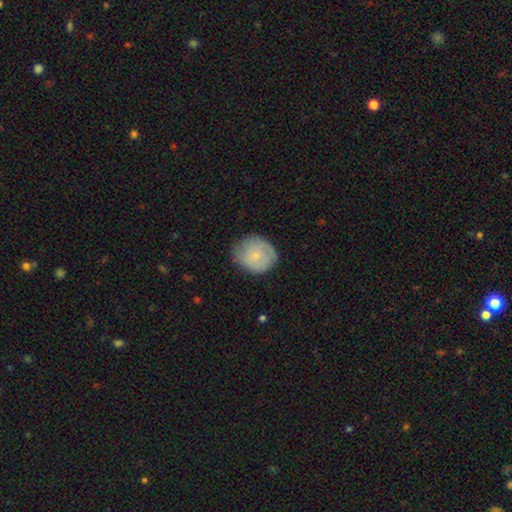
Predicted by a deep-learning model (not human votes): Smooth or featured? smooth (73%)
How rounded? round (73%)
Merging? none (69%)